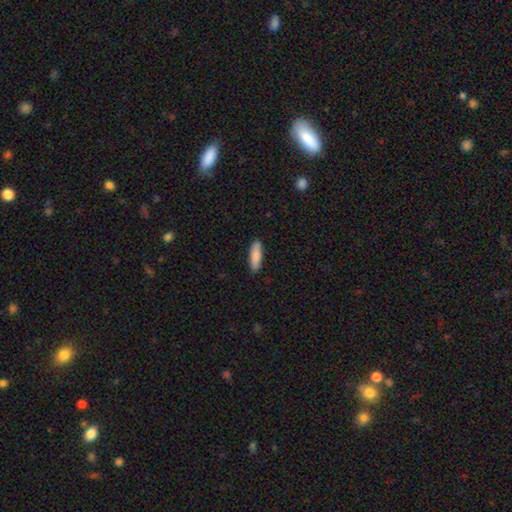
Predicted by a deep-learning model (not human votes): The model was most divided on "how rounded": cigar-shaped: 55%, in between: 44%, round: 2%. More confident: merging — none (89%); smooth or featured — smooth (86%).